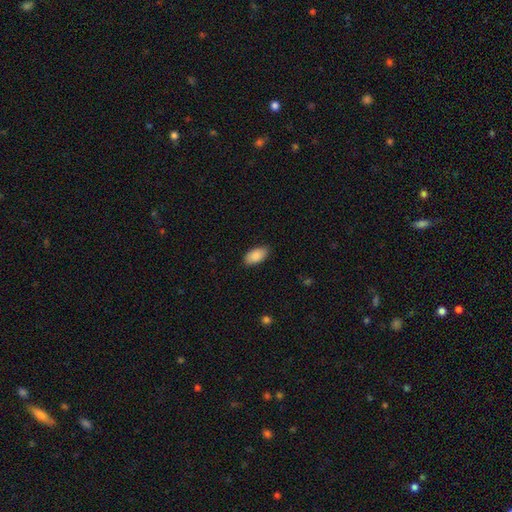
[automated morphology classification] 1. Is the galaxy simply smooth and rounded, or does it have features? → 88% smooth, 6% star or artifact, 6% featured or disk.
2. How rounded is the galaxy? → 95% in between, 3% round, 3% cigar-shaped.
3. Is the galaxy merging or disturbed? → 86% none, 11% minor disturbance, 2% major disturbance, 1% merger.